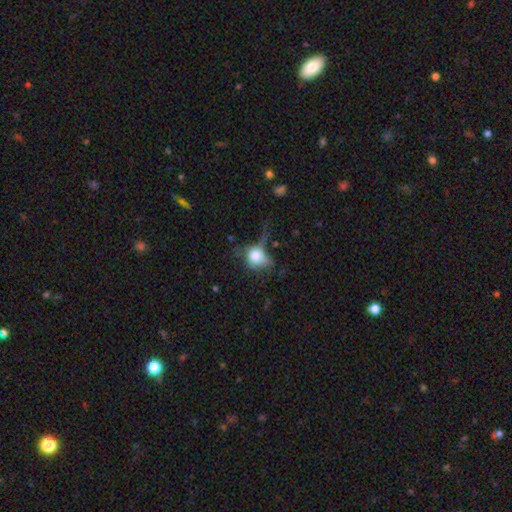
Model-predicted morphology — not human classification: Smooth or featured? smooth (66%)
How rounded? round (51%)
Merging? none (35%)